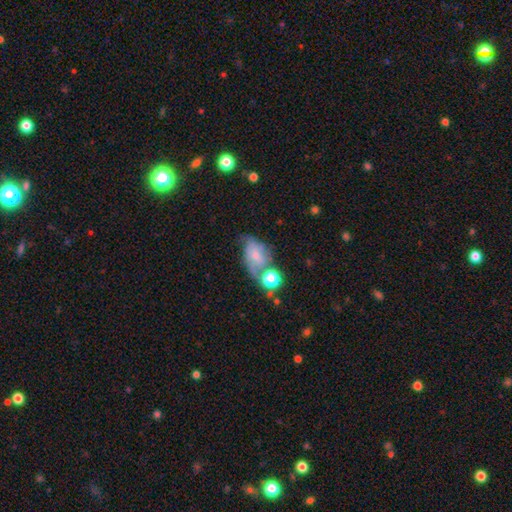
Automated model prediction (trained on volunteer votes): Smooth or featured: featured or disk — 44% (tied with smooth — 44%)
Merging: none — 30% (minor disturbance — 25%)